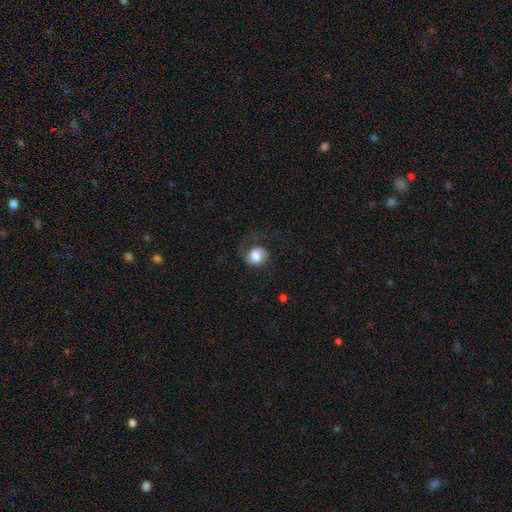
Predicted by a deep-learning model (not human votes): smooth_or_featured: smooth (p=0.65) [alt: featured or disk p=0.28]
how_rounded: round (p=0.69) [alt: in between p=0.30]
merging: none (p=0.46) [alt: major disturbance p=0.31]